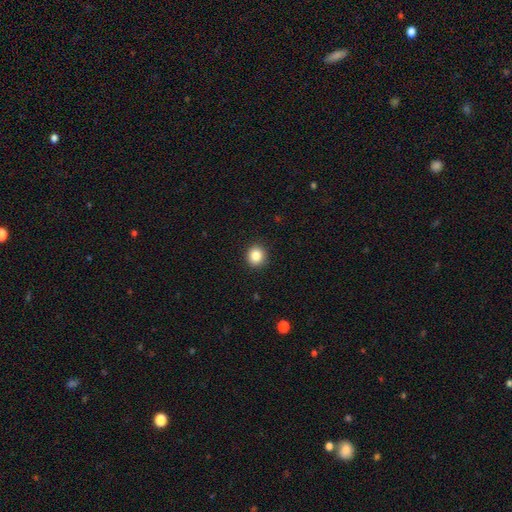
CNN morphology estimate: The model was most divided on "smooth or featured": smooth: 85%, star or artifact: 10%, featured or disk: 5%. More confident: merging — none (92%); how rounded — round (88%).